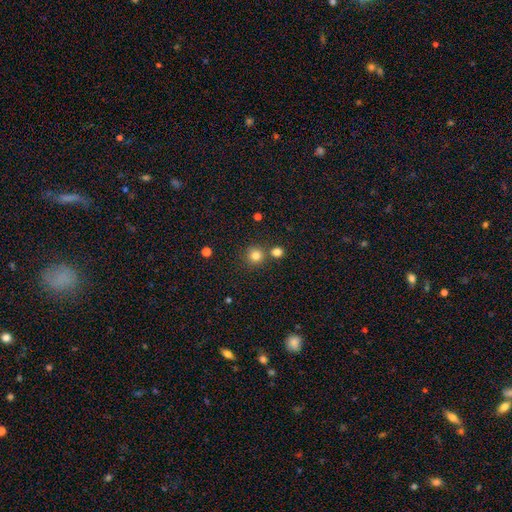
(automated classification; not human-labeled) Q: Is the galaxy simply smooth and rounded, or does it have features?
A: smooth — 81%.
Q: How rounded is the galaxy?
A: round — 93%.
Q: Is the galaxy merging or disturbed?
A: none — 75%.